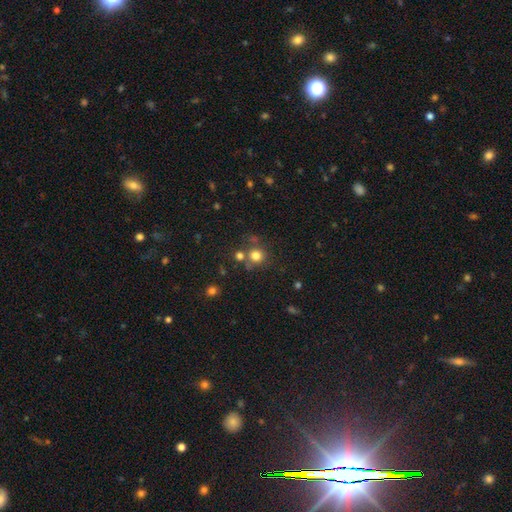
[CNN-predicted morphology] smooth 77%, star or artifact 15%, featured or disk 8%. Down the decision tree: how rounded — round (90%); merging — none (66%).